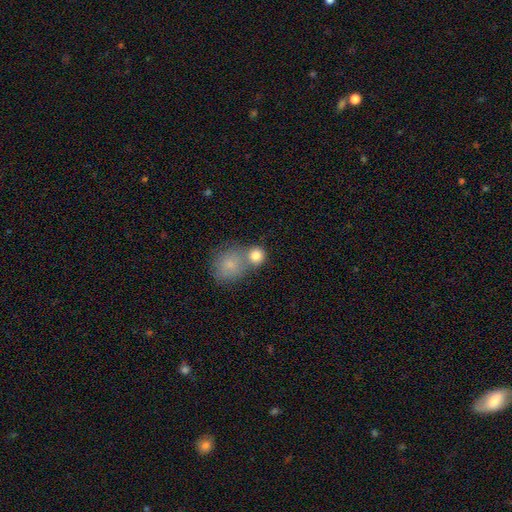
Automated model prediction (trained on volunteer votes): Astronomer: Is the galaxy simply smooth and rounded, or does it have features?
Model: smooth — 83%.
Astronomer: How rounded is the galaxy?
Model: round — 84%.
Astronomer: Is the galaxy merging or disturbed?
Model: none — 48% (runner-up: merger, 39%).